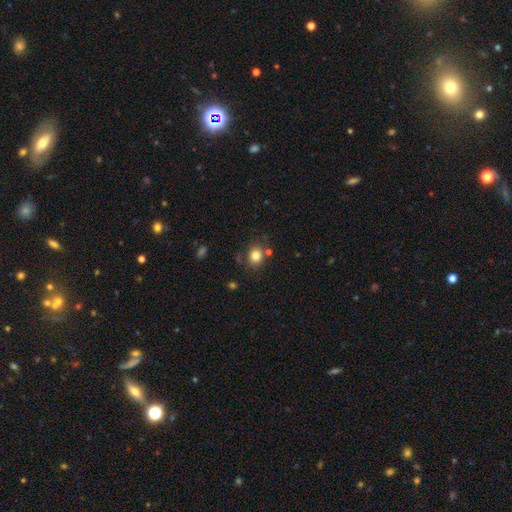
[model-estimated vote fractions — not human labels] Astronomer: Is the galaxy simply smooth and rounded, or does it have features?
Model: smooth — 81%.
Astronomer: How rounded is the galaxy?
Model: round — 75%.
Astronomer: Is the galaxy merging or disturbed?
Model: none — 76%.